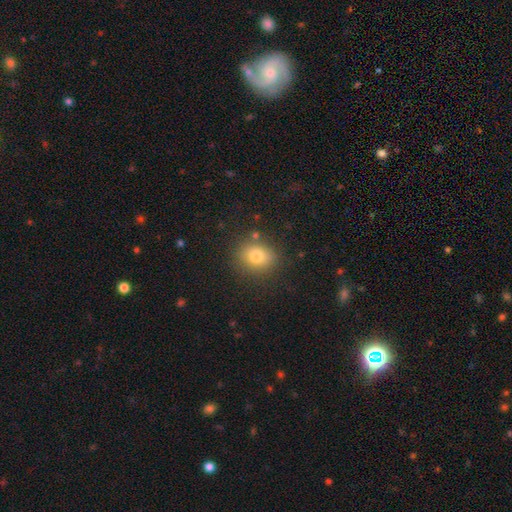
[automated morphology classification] Smooth or featured? Predicted: smooth (p=0.78). How rounded? Predicted: round (p=0.64). Merging? Predicted: none (p=0.85).